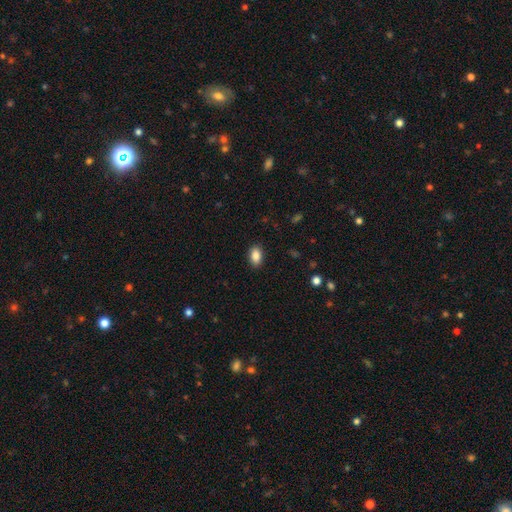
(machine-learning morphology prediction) smooth 88%, star or artifact 8%, featured or disk 4%. Down the decision tree: how rounded — in between (89%); merging — none (89%).